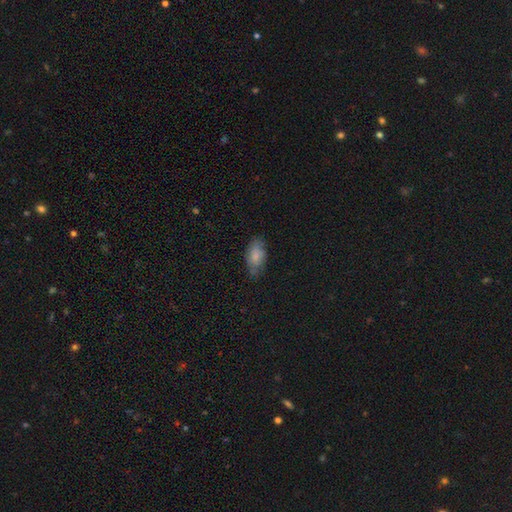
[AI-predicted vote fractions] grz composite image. It shows a smooth galaxy with no disk features (78%) that is in between round and cigar-shaped (92%). Merging: none (68%).